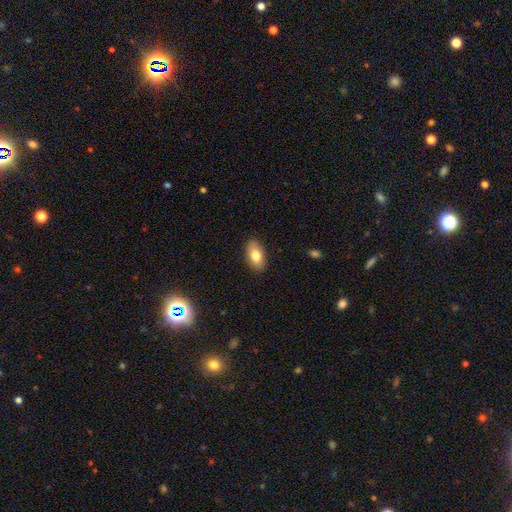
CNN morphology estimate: The model was most divided on "smooth or featured": smooth: 77%, featured or disk: 15%, star or artifact: 7%. More confident: how rounded — in between (92%); merging — none (87%).